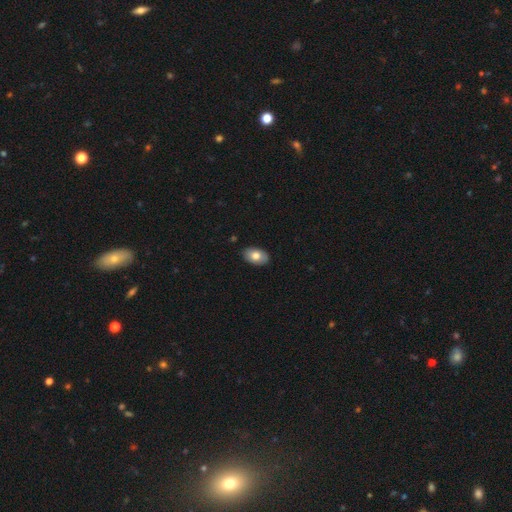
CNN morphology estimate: Smooth or featured: smooth — 78% (featured or disk — 15%)
How rounded: in between — 91% (round — 8%)
Merging: none — 88% (minor disturbance — 9%)